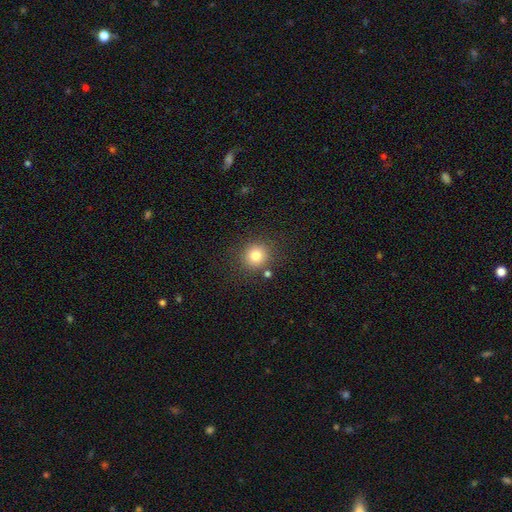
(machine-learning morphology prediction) Q: Smooth or featured?
A: smooth (80%); runner-up: star or artifact (12%)
Q: How rounded?
A: round (90%); runner-up: in between (9%)
Q: Merging?
A: none (83%); runner-up: minor disturbance (9%)